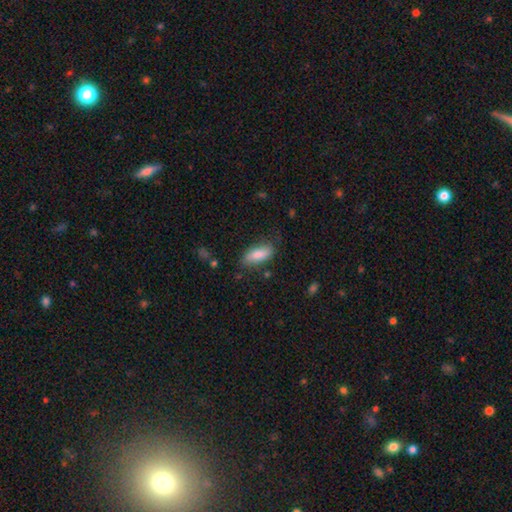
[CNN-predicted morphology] Smooth or featured? Predicted: smooth (p=0.78). How rounded? Predicted: in between (p=0.74). Merging? Predicted: none (p=0.73).